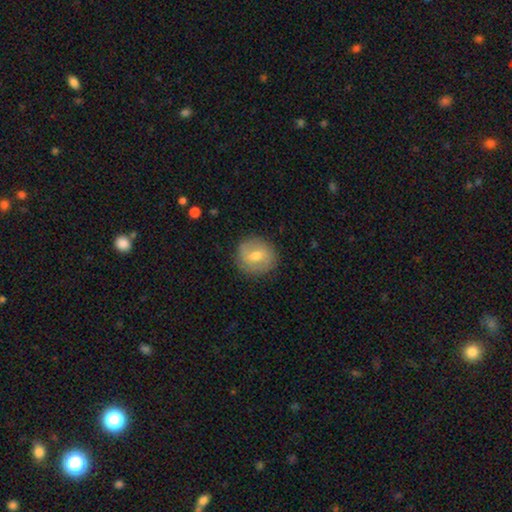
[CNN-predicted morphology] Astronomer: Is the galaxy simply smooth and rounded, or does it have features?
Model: smooth — 52% (runner-up: featured or disk, 40%).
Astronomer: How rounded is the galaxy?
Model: round — 86%.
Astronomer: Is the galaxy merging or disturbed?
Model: none — 85%.